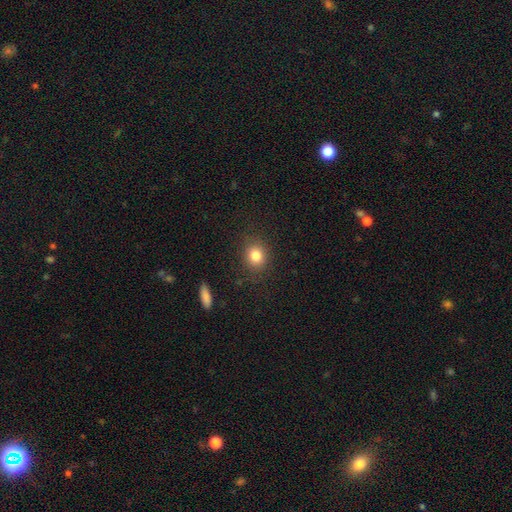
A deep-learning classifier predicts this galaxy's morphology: Smooth or featured? Predicted: smooth (p=0.82). How rounded? Predicted: round (p=0.71). Merging? Predicted: none (p=0.86).